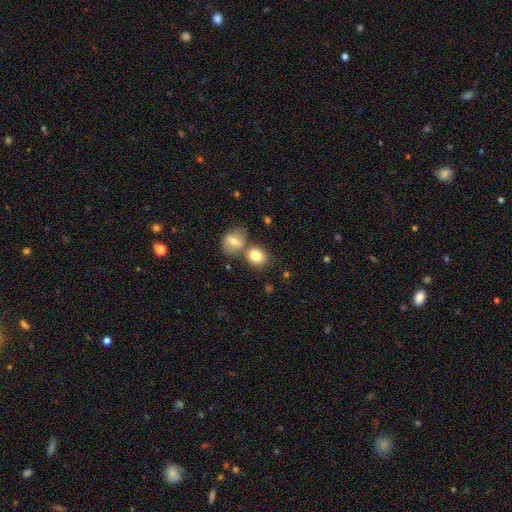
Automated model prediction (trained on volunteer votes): Overall: smooth (81%). How rounded: round (62%; in between 37%). Merging: none (54%; merger 33%).